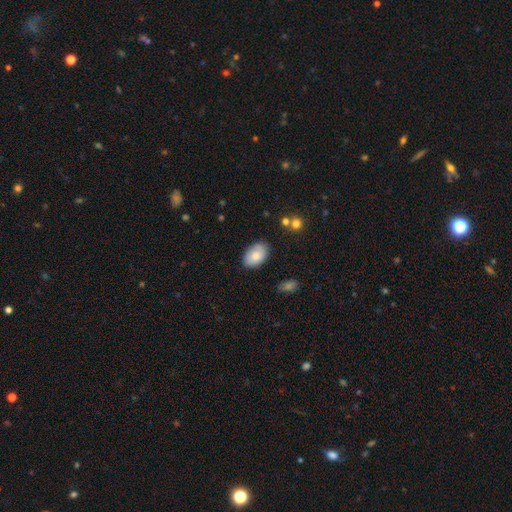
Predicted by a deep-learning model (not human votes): Morphology: type=smooth (80%); roundness=in between (91%); merging=none (80%).